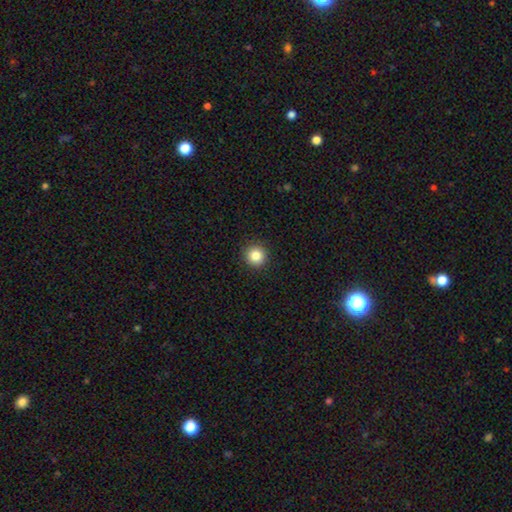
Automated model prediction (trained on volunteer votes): Overall: smooth (84%). How rounded: round (95%). Merging: none (92%).